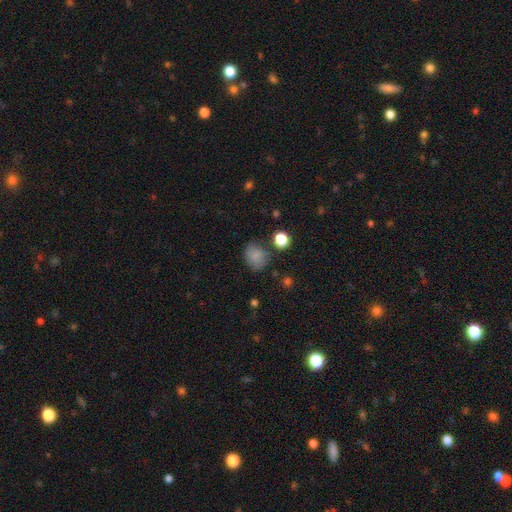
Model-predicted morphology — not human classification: type=smooth (79%); roundness=round (59%); merging=none (63%).